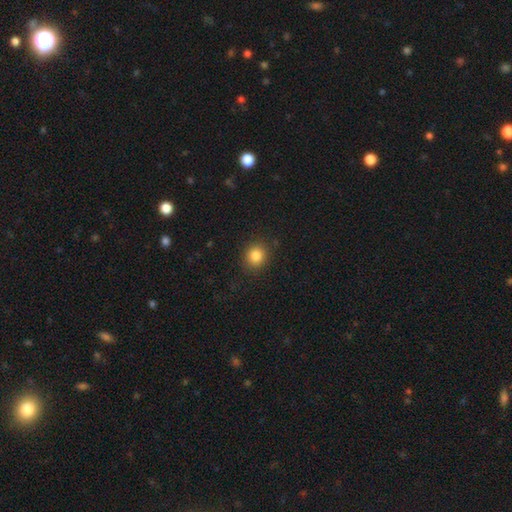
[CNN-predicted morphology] This is clearly a smooth galaxy (84%). How rounded: likely round (80%). Merging: clearly none (88%).